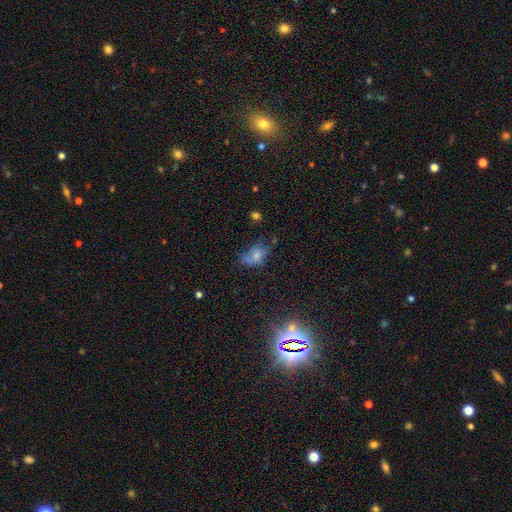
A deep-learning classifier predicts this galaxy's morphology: The model was most divided on "merging": none: 42%, minor disturbance: 27%, major disturbance: 20%, merger: 11%. More confident: how rounded — in between (76%); smooth or featured — smooth (60%).